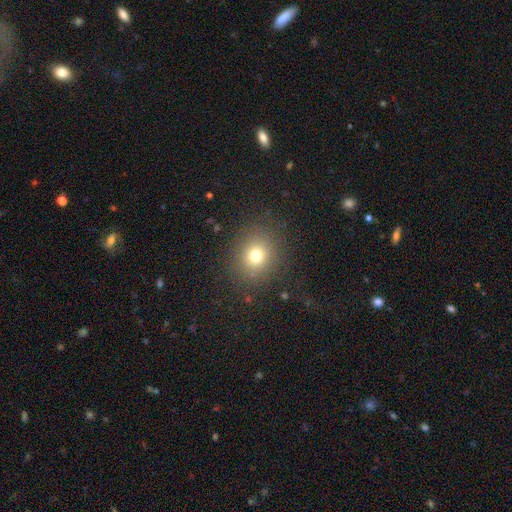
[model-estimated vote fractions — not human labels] This is likely a smooth galaxy (74%). How rounded: likely round (79%). Merging: clearly none (85%).